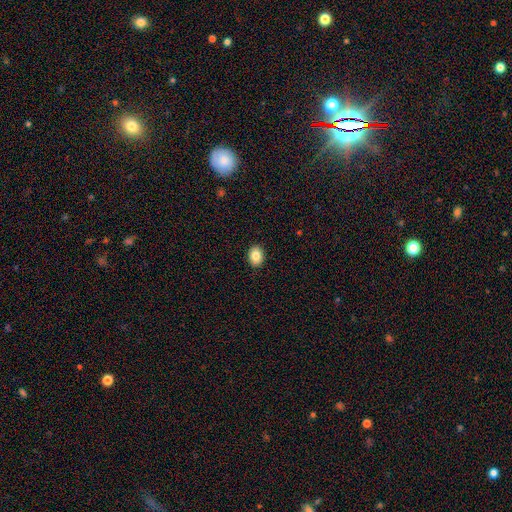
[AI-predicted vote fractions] Smooth or featured?
  - smooth: 85% *
  - star or artifact: 8%
  - featured or disk: 7%
How rounded?
  - in between: 66% *
  - round: 34%
  - cigar-shaped: 1%
Merging?
  - none: 91% *
  - minor disturbance: 7%
  - major disturbance: 2%
  - merger: 1%